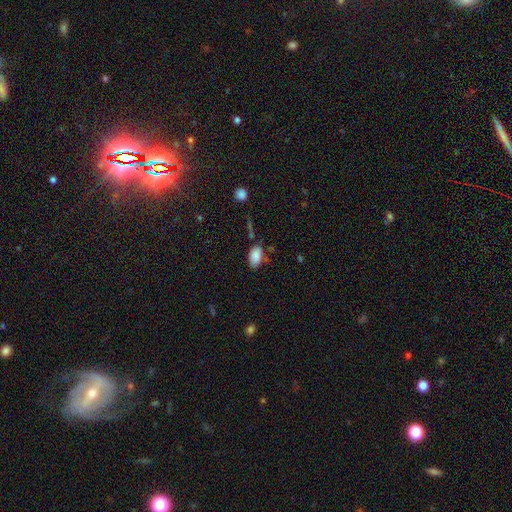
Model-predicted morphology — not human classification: The model was most divided on "merging": none: 68%, minor disturbance: 21%, merger: 6%, major disturbance: 5%. More confident: how rounded — in between (92%); smooth or featured — smooth (87%).